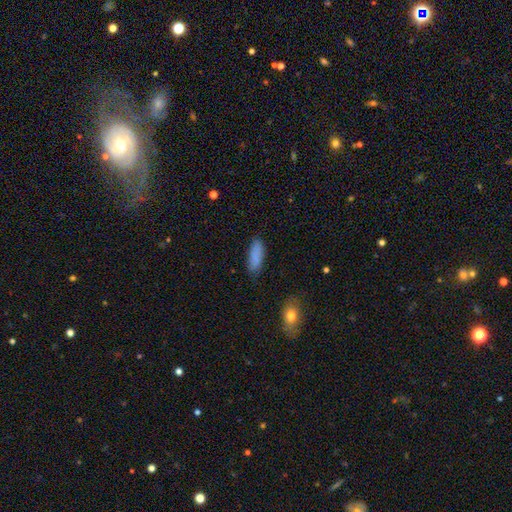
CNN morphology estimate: Smooth or featured: smooth — 87% (star or artifact — 7%)
How rounded: in between — 62% (cigar-shaped — 36%)
Merging: none — 81% (minor disturbance — 14%)